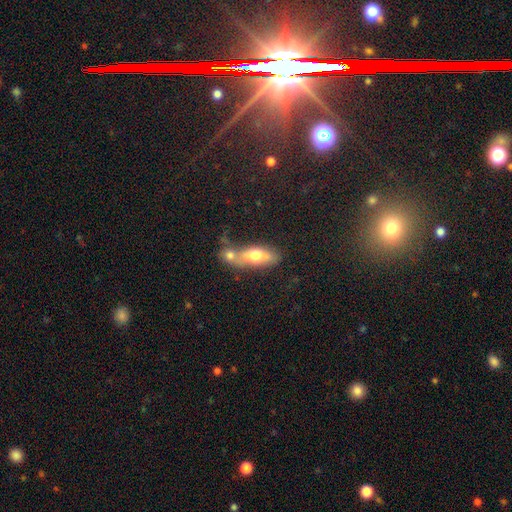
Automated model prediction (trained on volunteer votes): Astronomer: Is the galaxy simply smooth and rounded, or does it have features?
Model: smooth — 69%.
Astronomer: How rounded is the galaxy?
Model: in between — 71%.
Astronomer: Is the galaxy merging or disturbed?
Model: merger — 51% (runner-up: none, 32%).